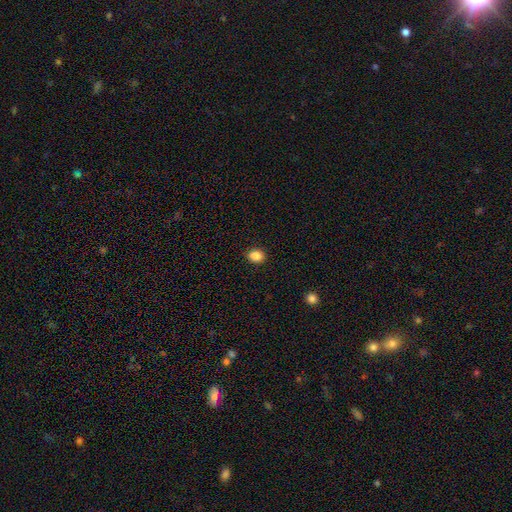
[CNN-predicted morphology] Smooth or featured? smooth (87%)
How rounded? in between (56%)
Merging? none (90%)